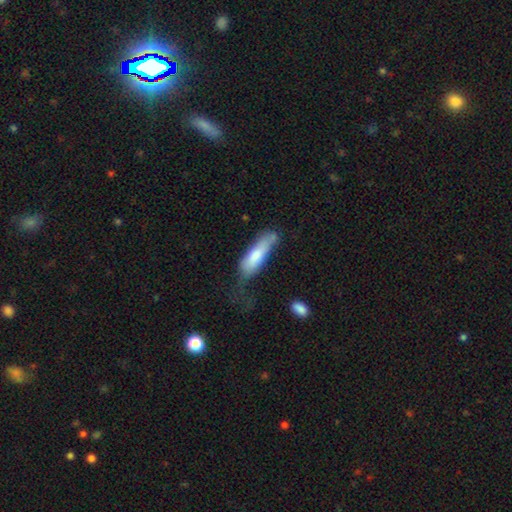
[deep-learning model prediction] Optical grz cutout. It shows a smooth galaxy with no disk features (68%) that is cigar-shaped (61%). Merging: none (36%).